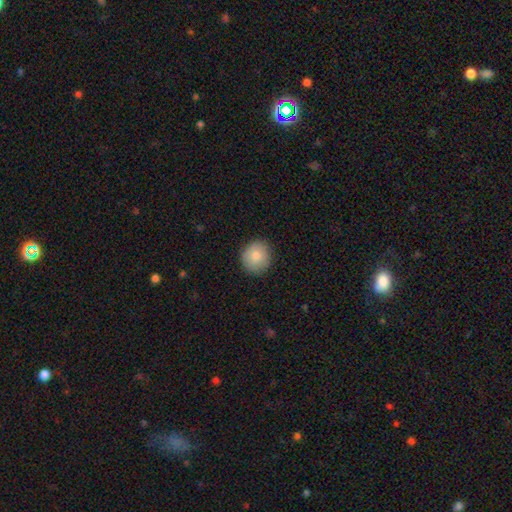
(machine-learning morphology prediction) smooth_or_featured: smooth (p=0.82) [alt: featured or disk p=0.10]
how_rounded: round (p=0.86) [alt: in between p=0.13]
merging: none (p=0.87) [alt: minor disturbance p=0.10]